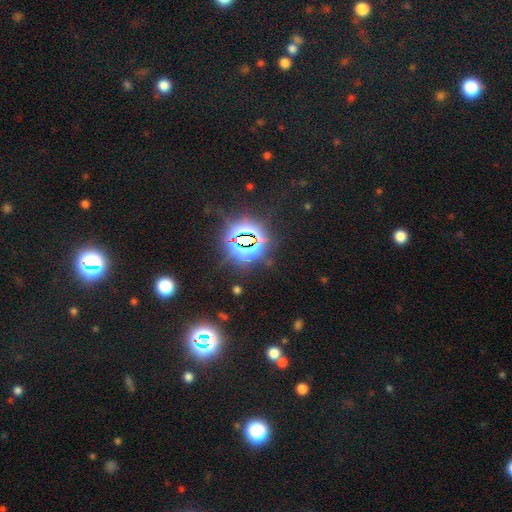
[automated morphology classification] Smooth or featured? Predicted: star or artifact (p=0.79).